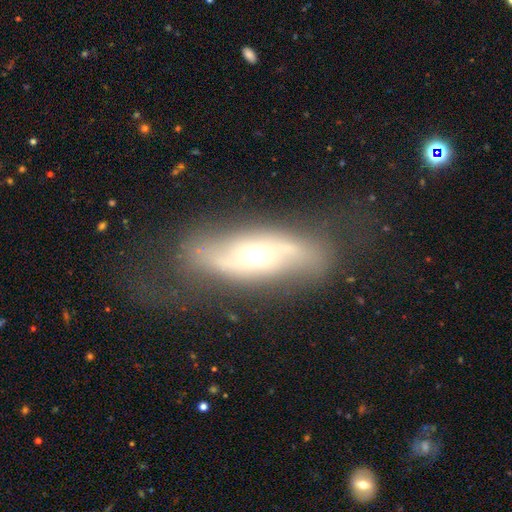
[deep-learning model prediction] smooth-or-featured: featured or disk: 70% | smooth: 21% | star or artifact: 8%
  disk-edge-on: no: 80% | yes: 20%
    bar: no: 63% | weak: 22% | strong: 14%
    has-spiral-arms: yes: 76% | no: 24%
    bulge-size: moderate: 48% | small: 44% | large: 5% | dominant: 2% | none: 1%
  merging: none: 58% | minor disturbance: 21% | major disturbance: 18% | merger: 3%